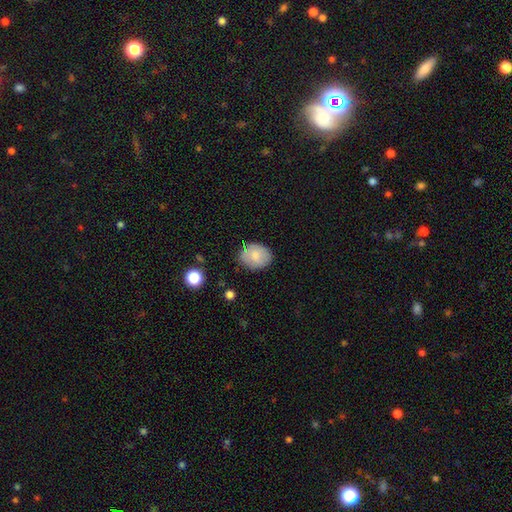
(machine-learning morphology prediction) Smooth or featured? Predicted: smooth (p=0.78). How rounded? Predicted: in between (p=0.55). Merging? Predicted: none (p=0.77).